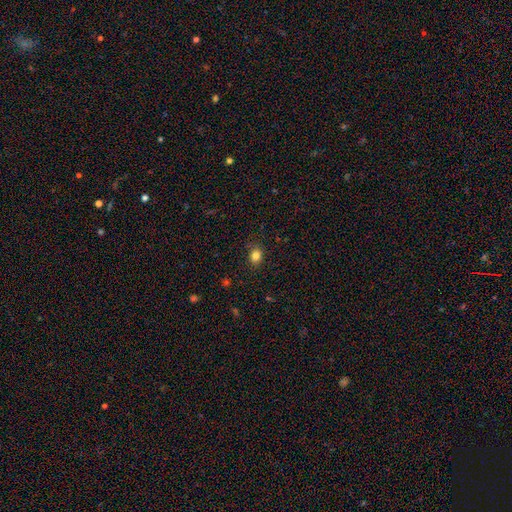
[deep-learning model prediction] smooth_or_featured: smooth (p=0.83) [alt: star or artifact p=0.12]
how_rounded: round (p=0.56) [alt: in between p=0.43]
merging: none (p=0.84) [alt: minor disturbance p=0.12]